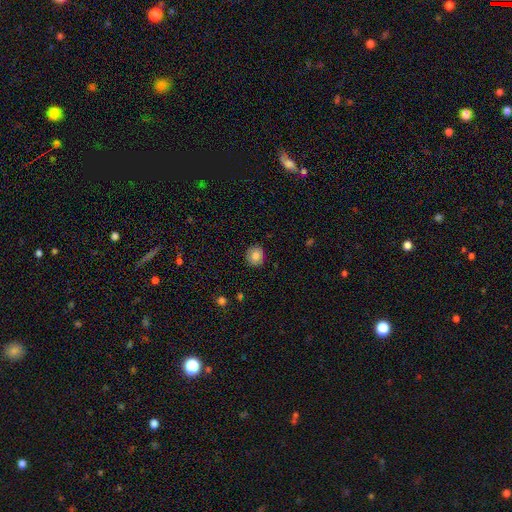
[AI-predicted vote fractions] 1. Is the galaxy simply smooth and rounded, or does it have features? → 81% smooth, 10% featured or disk, 9% star or artifact.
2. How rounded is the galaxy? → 84% round, 15% in between, 1% cigar-shaped.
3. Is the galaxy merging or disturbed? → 88% none, 9% minor disturbance, 2% major disturbance, 1% merger.